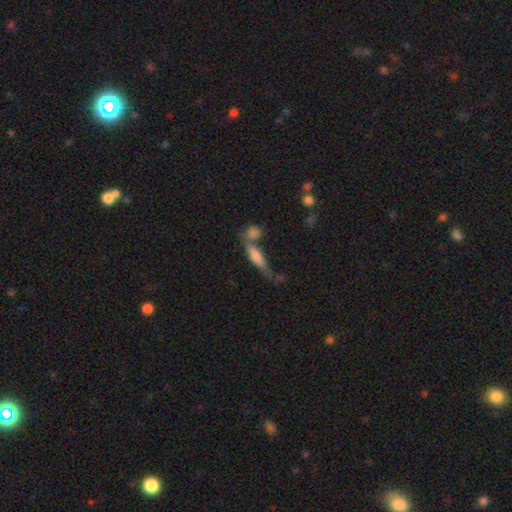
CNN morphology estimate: Smooth or featured? Predicted: smooth (p=0.64). How rounded? Predicted: cigar-shaped (p=0.67). Merging? Predicted: none (p=0.45).